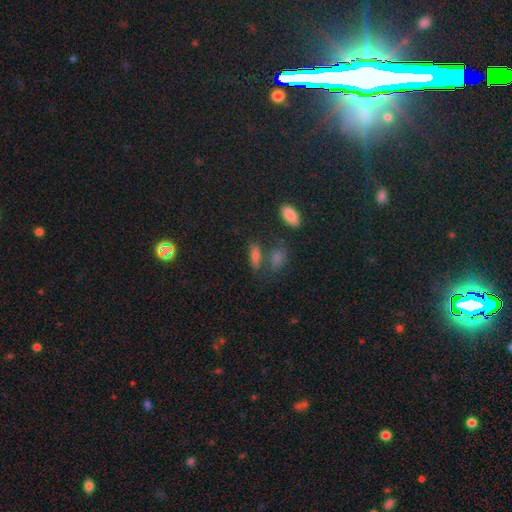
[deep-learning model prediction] smooth_or_featured: smooth (p=0.64) [alt: star or artifact p=0.21]
how_rounded: in between (p=0.60) [alt: cigar-shaped p=0.30]
merging: none (p=0.56) [alt: merger p=0.22]